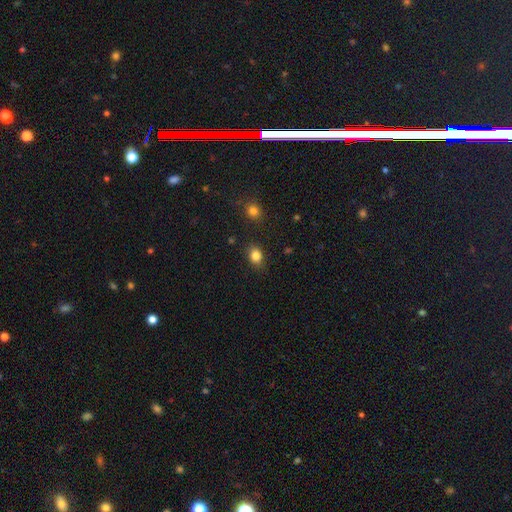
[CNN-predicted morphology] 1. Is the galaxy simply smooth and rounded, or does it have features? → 83% smooth, 11% star or artifact, 6% featured or disk.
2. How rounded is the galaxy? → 56% in between, 43% round, 1% cigar-shaped.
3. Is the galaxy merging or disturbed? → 84% none, 12% minor disturbance, 3% major disturbance, 2% merger.